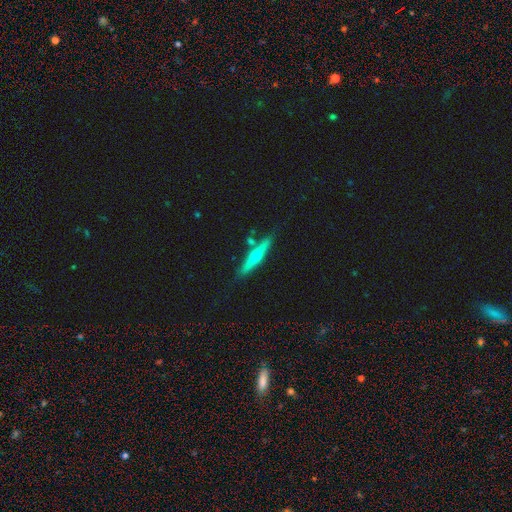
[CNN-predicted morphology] This appears to be a featured or disk galaxy (66%) viewed edge-on (96%) with a rounded central bulge (92%). Merging: none (83%).